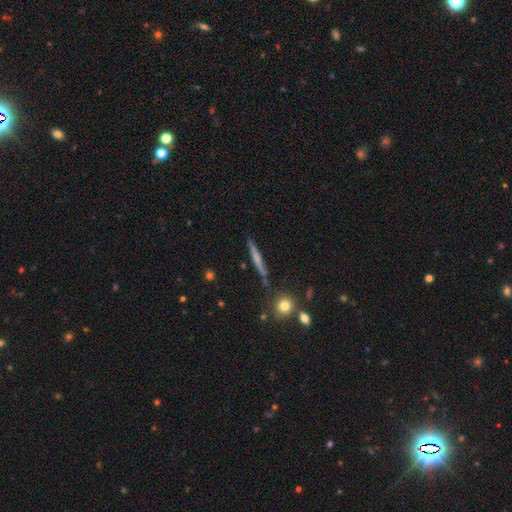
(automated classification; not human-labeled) This is possibly a featured or disk galaxy (45%). Merging: likely none (75%).